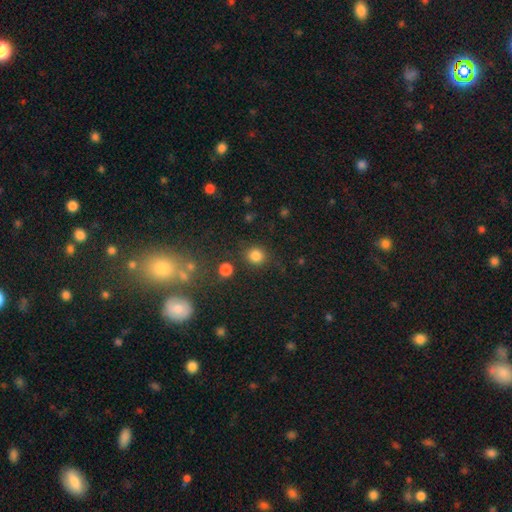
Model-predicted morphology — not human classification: smooth-or-featured: smooth: 82% | star or artifact: 14% | featured or disk: 5%
  how-rounded: round: 86% | in between: 13% | cigar-shaped: 1%
  merging: none: 83% | minor disturbance: 9% | merger: 4% | major disturbance: 4%